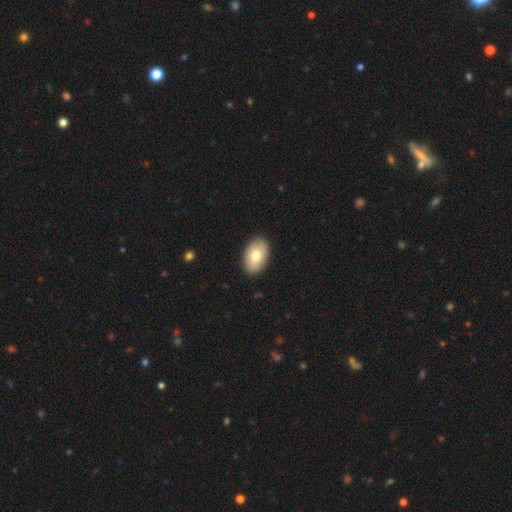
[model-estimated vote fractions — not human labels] Smooth or featured: smooth — 80% (featured or disk — 14%)
How rounded: in between — 92% (round — 7%)
Merging: none — 90% (minor disturbance — 7%)